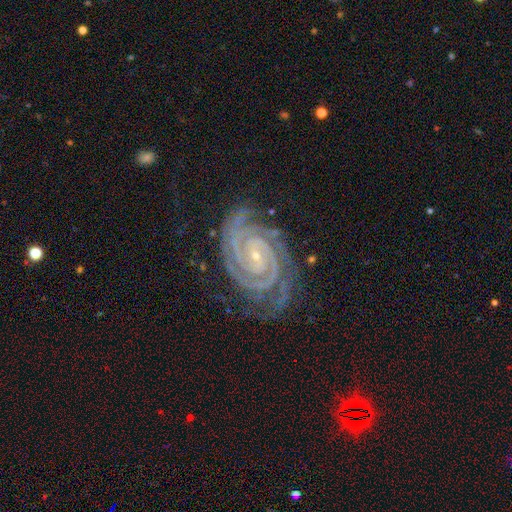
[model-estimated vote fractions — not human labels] smooth-or-featured: featured or disk: 92% | star or artifact: 5% | smooth: 3%
  disk-edge-on: no: 98% | yes: 2%
    bar: no: 48% | weak: 31% | strong: 21%
    has-spiral-arms: yes: 99% | no: 1%
      spiral-winding: tight: 85% | medium: 13% | loose: 2%
      spiral-arm-count: 2: 60% | 3: 17% | 4: 8% | can't tell: 6% | more than 4: 5% | 1: 4%
    bulge-size: small: 85% | moderate: 11% | none: 2% | large: 1% | dominant: 1%
  merging: none: 79% | minor disturbance: 15% | major disturbance: 4% | merger: 1%